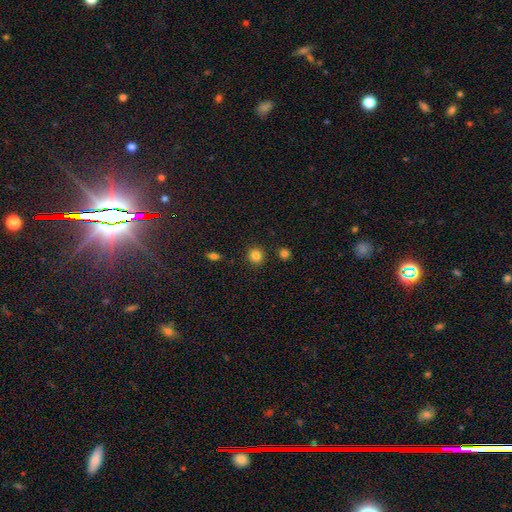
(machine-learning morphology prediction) Smooth or featured?
  - smooth: 84% *
  - star or artifact: 11%
  - featured or disk: 5%
How rounded?
  - round: 91% *
  - in between: 8%
  - cigar-shaped: 1%
Merging?
  - none: 89% *
  - minor disturbance: 6%
  - merger: 3%
  - major disturbance: 2%